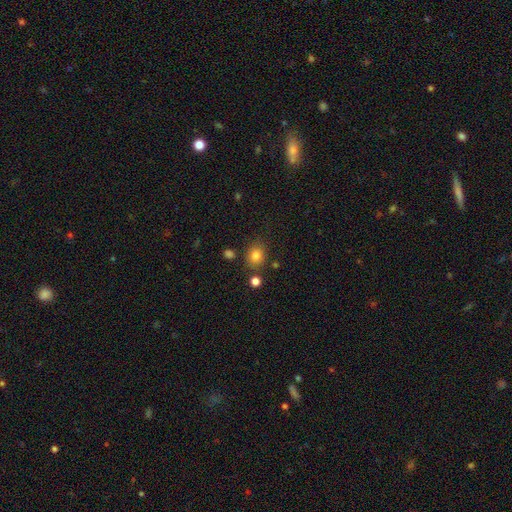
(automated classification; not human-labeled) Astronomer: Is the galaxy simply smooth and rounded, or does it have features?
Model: smooth — 82%.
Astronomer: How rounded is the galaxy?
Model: round — 72%.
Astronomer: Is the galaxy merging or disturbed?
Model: none — 79%.